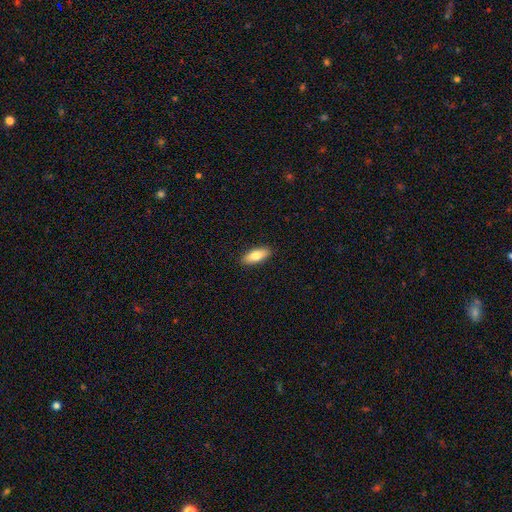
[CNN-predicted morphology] A smooth galaxy with no disk features (76%) that is in between round and cigar-shaped (74%). Merging: none (90%).